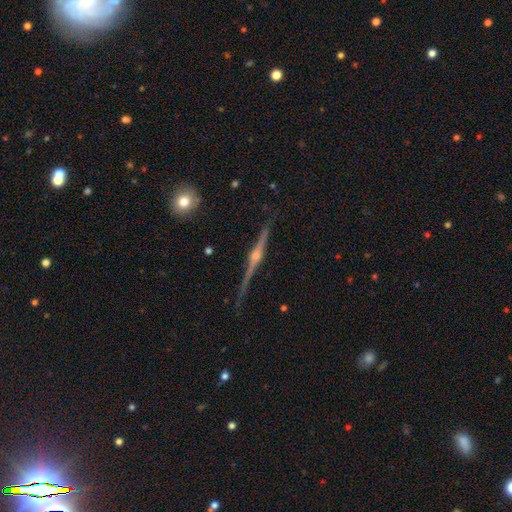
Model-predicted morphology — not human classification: Overall: featured or disk (87%). Edge-on disk: yes (98%). Edge-on bulge: rounded (92%). Merging: none (81%).